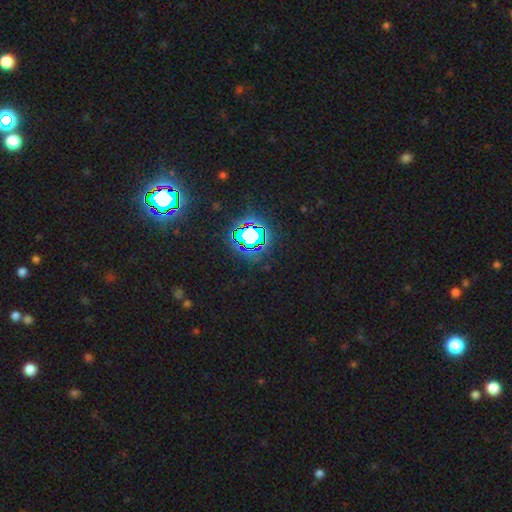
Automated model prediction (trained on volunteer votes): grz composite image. It shows a star or artifact, not a galaxy (82%).